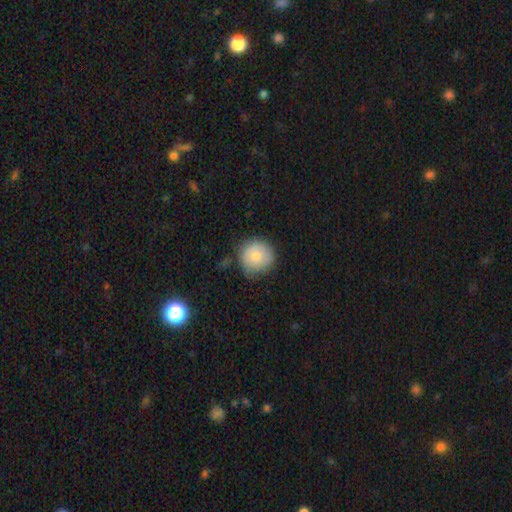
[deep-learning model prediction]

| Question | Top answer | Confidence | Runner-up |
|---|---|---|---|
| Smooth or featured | smooth | 78% | featured or disk (15%) |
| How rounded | round | 92% | in between (7%) |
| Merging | none | 74% | minor disturbance (19%) |